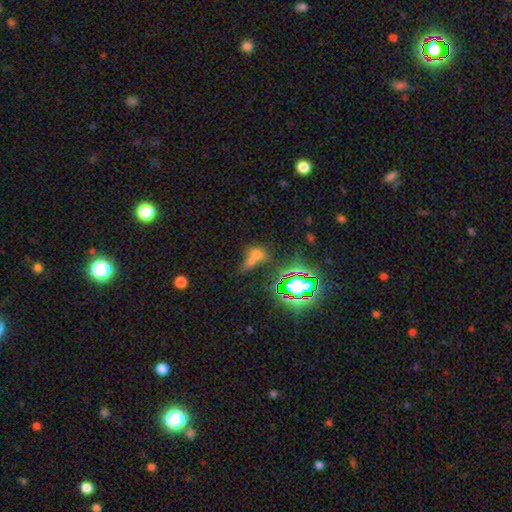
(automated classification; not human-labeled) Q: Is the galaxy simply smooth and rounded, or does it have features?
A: smooth — 54%.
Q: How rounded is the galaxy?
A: in between — 55%.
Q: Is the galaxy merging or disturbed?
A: merger — 52%.